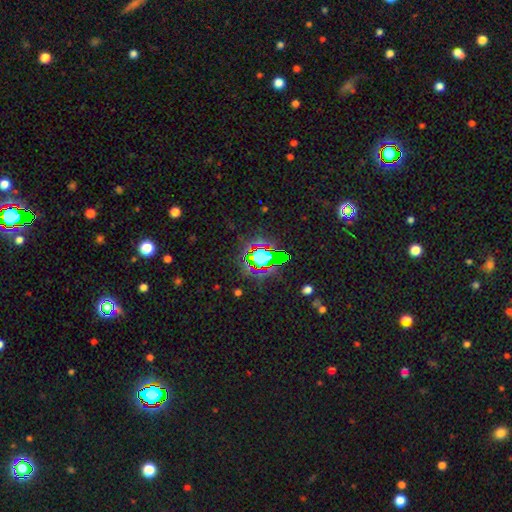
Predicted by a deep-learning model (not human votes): A star or artifact, not a galaxy (66%).